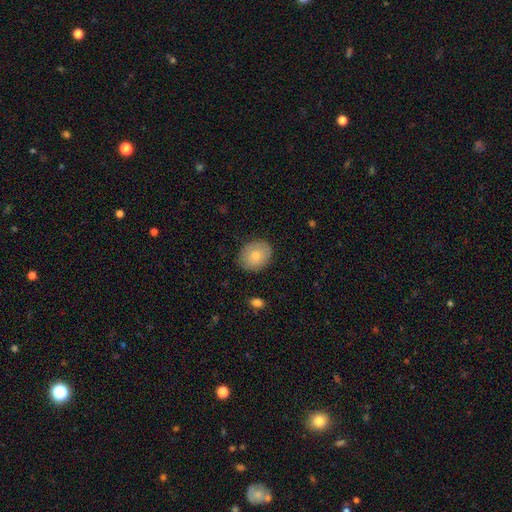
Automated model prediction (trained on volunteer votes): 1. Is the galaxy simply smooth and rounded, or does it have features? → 79% smooth, 14% featured or disk, 7% star or artifact.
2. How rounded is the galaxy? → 50% in between, 49% round, 1% cigar-shaped.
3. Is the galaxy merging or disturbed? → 84% none, 12% minor disturbance, 3% major disturbance, 1% merger.